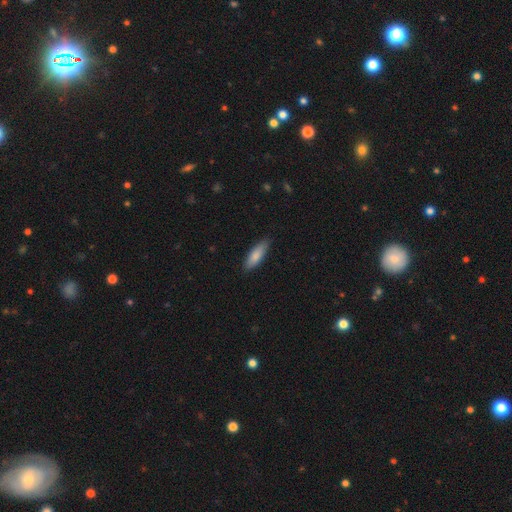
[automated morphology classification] smooth 83%, featured or disk 12%, star or artifact 5%. Down the decision tree: how rounded — in between (50%); merging — none (85%).